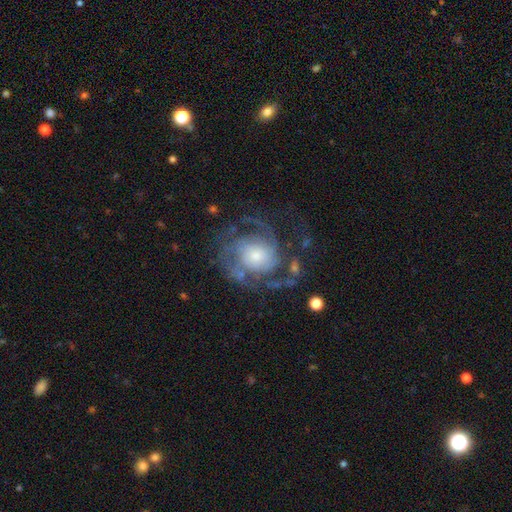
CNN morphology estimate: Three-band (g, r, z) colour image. It shows a featured or disk galaxy (85%) with no bar (74%), 2 (40%) medium (42%, tied with tight) spiral arms (94%) and a small central bulge (40%). Merging: none (59%).